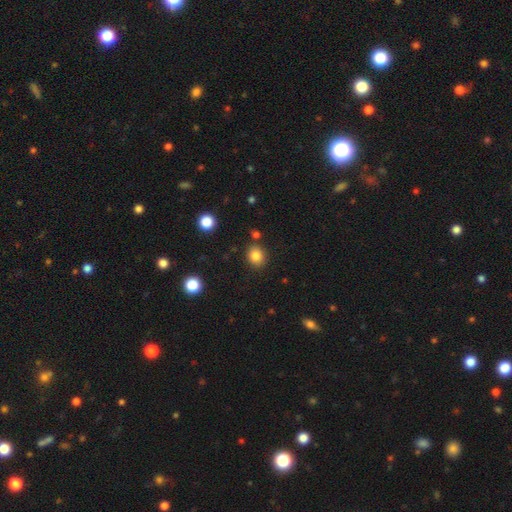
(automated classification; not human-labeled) Smooth or featured?
  - smooth: 84% *
  - star or artifact: 11%
  - featured or disk: 5%
How rounded?
  - round: 73% *
  - in between: 26%
  - cigar-shaped: 1%
Merging?
  - none: 84% *
  - minor disturbance: 8%
  - merger: 5%
  - major disturbance: 3%